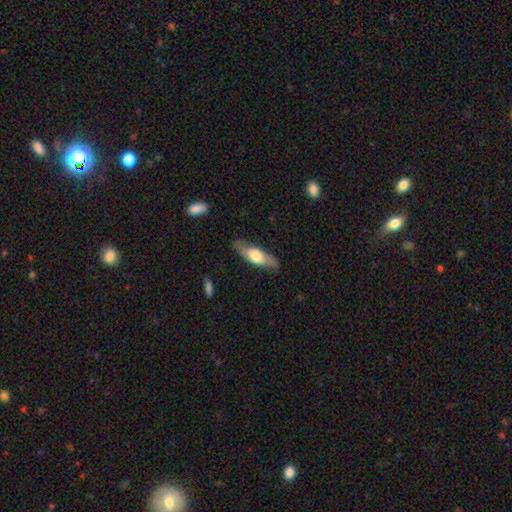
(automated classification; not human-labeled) This appears to be a featured or disk galaxy (52%) viewed edge-on (50%, tied with no). Merging: none (79%).